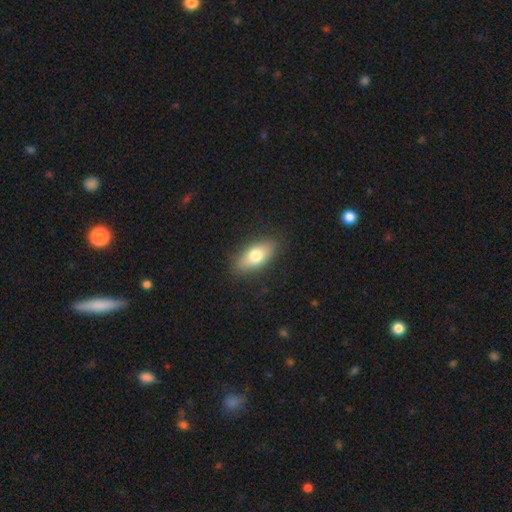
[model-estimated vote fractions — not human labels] This appears to be a smooth galaxy with no disk features (74%) that is in between round and cigar-shaped (82%). Merging: none (86%).